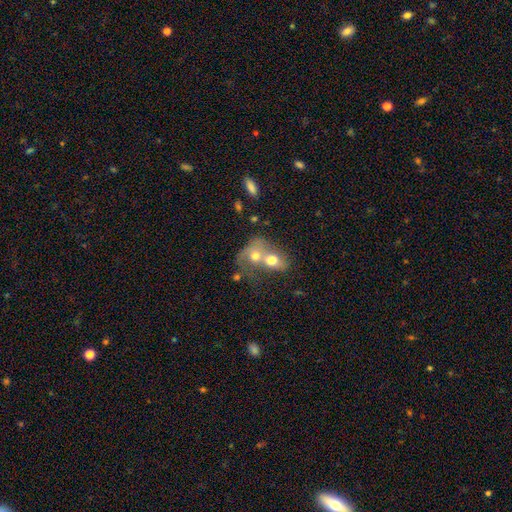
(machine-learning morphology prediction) The model was most divided on "how rounded": in between: 53%, round: 45%, cigar-shaped: 2%. More confident: merging — merger (76%); smooth or featured — smooth (53%).